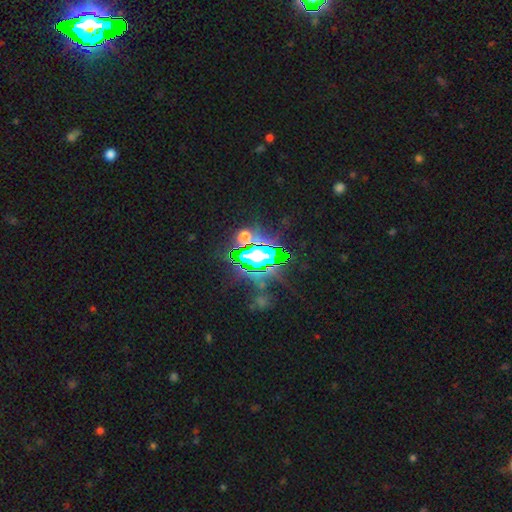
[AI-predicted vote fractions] Smooth or featured: star or artifact — 75% (smooth — 14%)